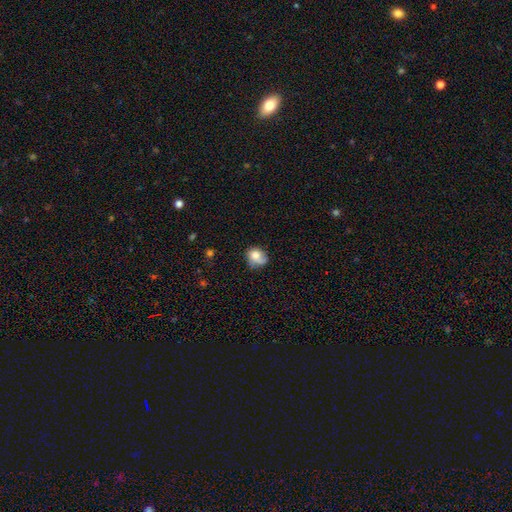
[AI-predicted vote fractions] smooth_or_featured: smooth (p=0.72) [alt: featured or disk p=0.19]
how_rounded: round (p=0.65) [alt: in between p=0.34]
merging: none (p=0.46) [alt: minor disturbance p=0.31]